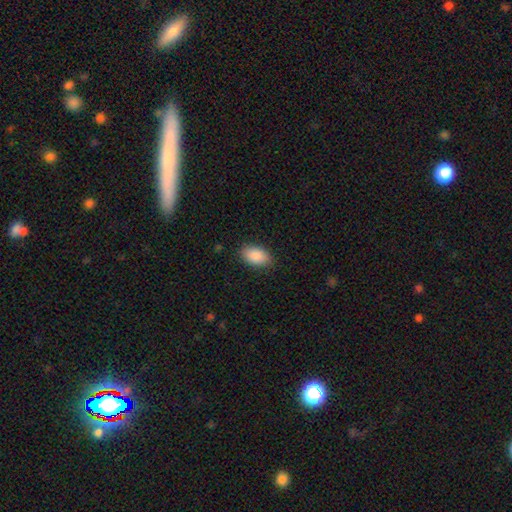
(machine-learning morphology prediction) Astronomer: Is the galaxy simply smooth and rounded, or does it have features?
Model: smooth — 90%.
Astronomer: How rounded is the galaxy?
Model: in between — 93%.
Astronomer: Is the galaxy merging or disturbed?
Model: none — 86%.